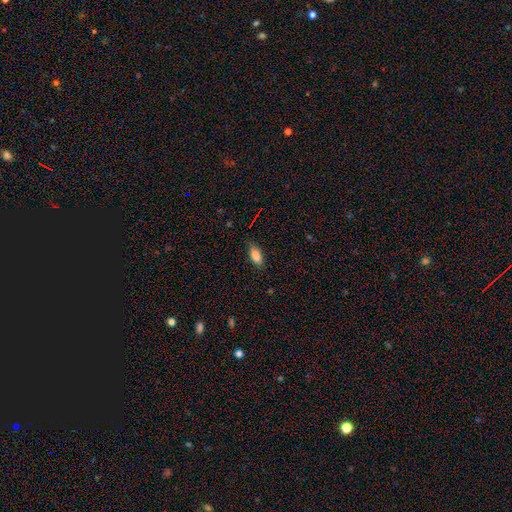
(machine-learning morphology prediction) A smooth galaxy with no disk features (85%) that is in between round and cigar-shaped (86%).

Vote fractions:
- Smooth or featured? smooth: 85% / star or artifact: 8% / featured or disk: 7%
- How rounded? in between: 86% / cigar-shaped: 11% / round: 3%
- Merging? none: 75% / minor disturbance: 20% / major disturbance: 4% / merger: 1%